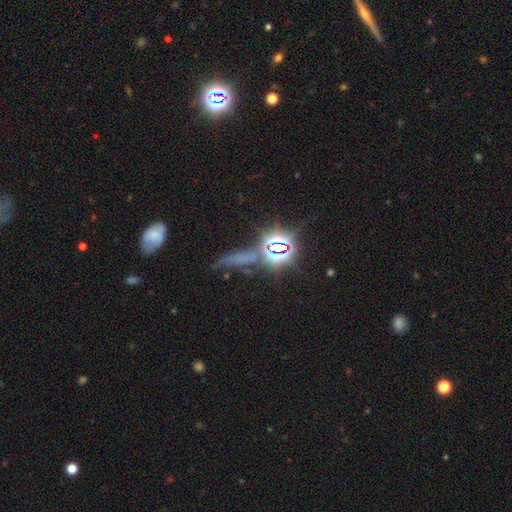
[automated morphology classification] The model was most divided on "smooth or featured": star or artifact: 65%, smooth: 21%, featured or disk: 13%.